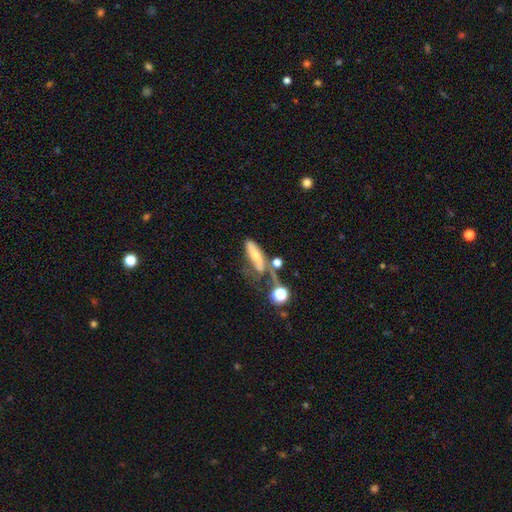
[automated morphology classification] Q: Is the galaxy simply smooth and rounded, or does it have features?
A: smooth — 56%.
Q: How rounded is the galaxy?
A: in between — 54%.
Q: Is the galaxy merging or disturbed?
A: major disturbance — 29%.